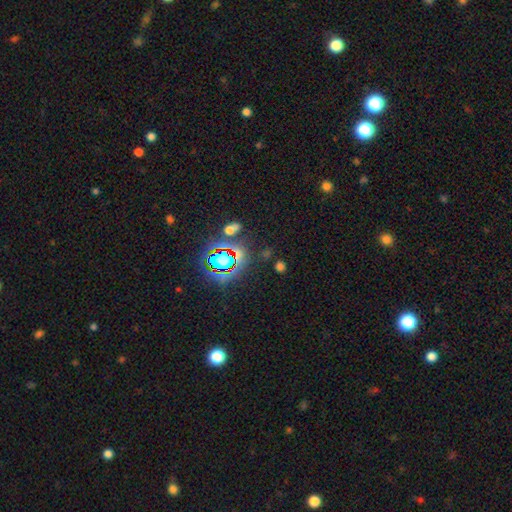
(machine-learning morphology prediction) smooth-or-featured: star or artifact: 80% | smooth: 11% | featured or disk: 8%